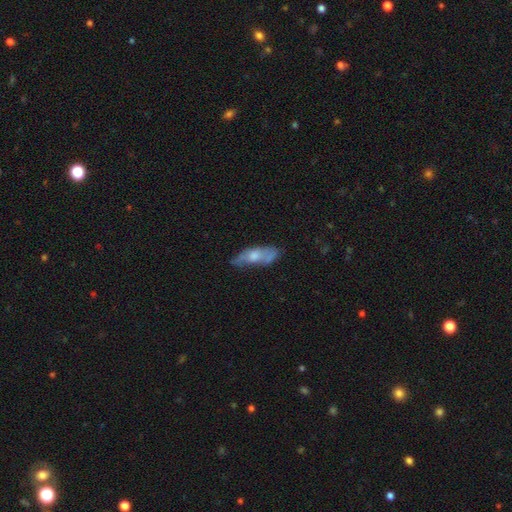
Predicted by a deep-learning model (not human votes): The model was most divided on "smooth or featured": smooth: 48%, featured or disk: 45%, star or artifact: 7%. More confident: merging — none (57%).